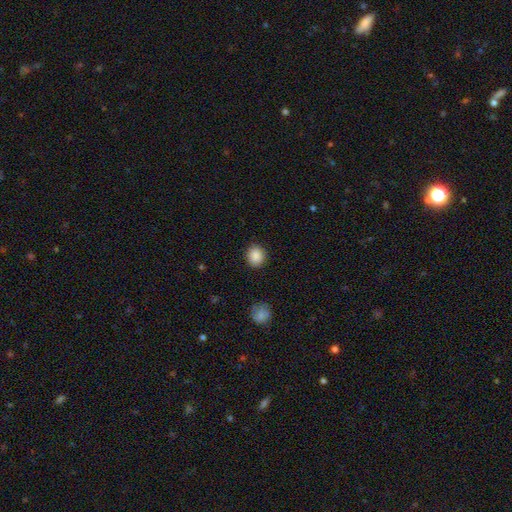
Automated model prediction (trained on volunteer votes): Smooth or featured: smooth — 88% (star or artifact — 8%)
How rounded: round — 78% (in between — 21%)
Merging: none — 89% (minor disturbance — 7%)